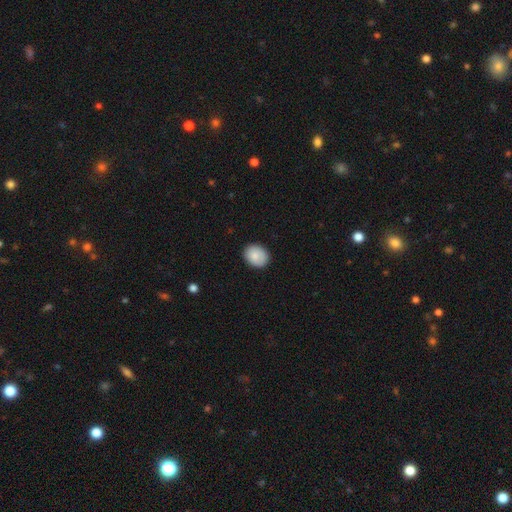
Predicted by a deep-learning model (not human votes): Morphology: type=smooth (86%); roundness=round (51%); merging=none (87%).